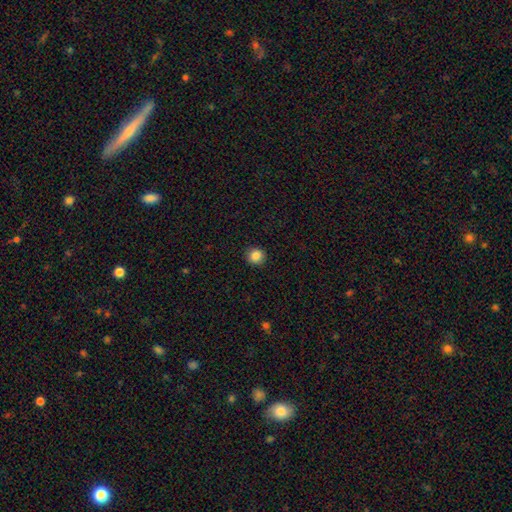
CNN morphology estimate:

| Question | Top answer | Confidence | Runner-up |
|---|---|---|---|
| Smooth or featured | smooth | 86% | star or artifact (10%) |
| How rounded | round | 92% | in between (7%) |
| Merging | none | 92% | minor disturbance (5%) |